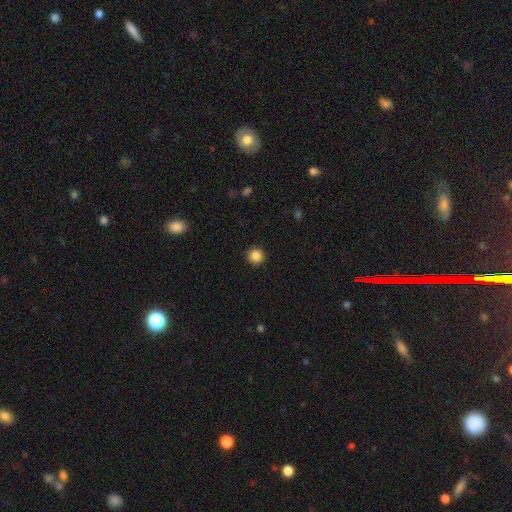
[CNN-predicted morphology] A smooth galaxy with no disk features (86%) that is round (96%). Merging: none (93%).